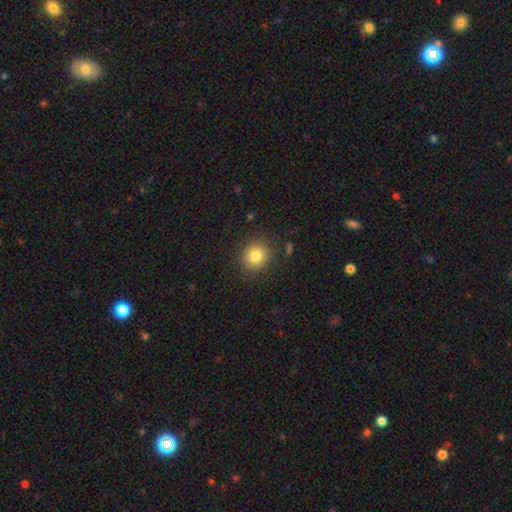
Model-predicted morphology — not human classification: The model was most divided on "smooth or featured": smooth: 82%, star or artifact: 11%, featured or disk: 7%. More confident: merging — none (88%); how rounded — round (87%).